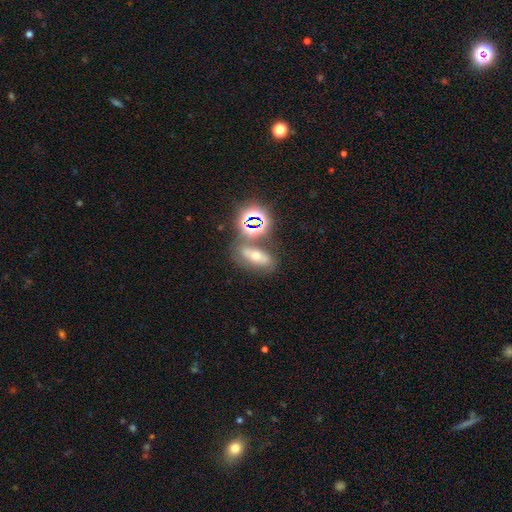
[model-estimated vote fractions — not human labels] This is marginally a smooth galaxy (43%). Merging: likely none (65%).